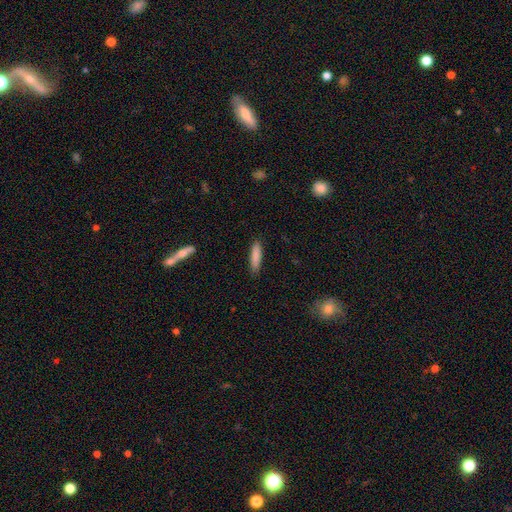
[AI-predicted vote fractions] smooth-or-featured: smooth: 86% | featured or disk: 8% | star or artifact: 6%
  how-rounded: cigar-shaped: 76% | in between: 23% | round: 1%
  merging: none: 88% | minor disturbance: 9% | major disturbance: 2% | merger: 1%